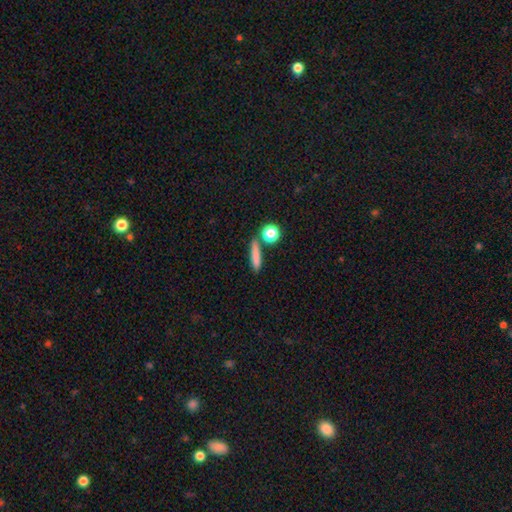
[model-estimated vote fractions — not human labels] smooth_or_featured: smooth (p=0.80) [alt: featured or disk p=0.11]
how_rounded: cigar-shaped (p=0.68) [alt: in between p=0.18]
merging: none (p=0.74) [alt: minor disturbance p=0.11]